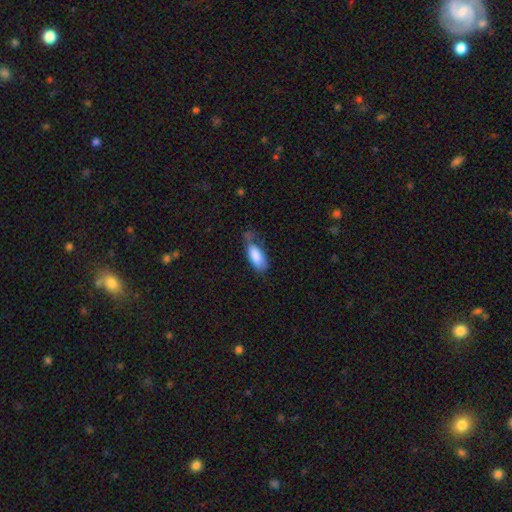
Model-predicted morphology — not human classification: Smooth or featured: smooth — 84% (featured or disk — 10%)
How rounded: in between — 86% (cigar-shaped — 12%)
Merging: none — 39% (minor disturbance — 36%)